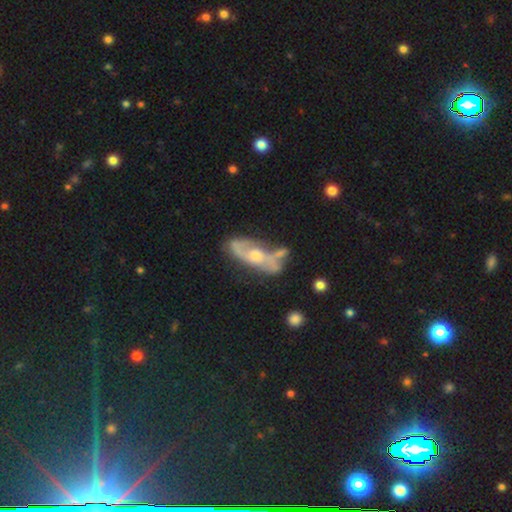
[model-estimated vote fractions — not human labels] Smooth or featured?
  - featured or disk: 73% *
  - smooth: 20%
  - star or artifact: 6%
Edge-on disk?
  - no: 82% *
  - yes: 18%
Bar?
  - no: 63% *
  - weak: 30%
  - strong: 7%
Spiral arms?
  - yes: 79% *
  - no: 21%
Bulge size?
  - moderate: 64% *
  - small: 20%
  - large: 11%
  - none: 3%
  - dominant: 1%
Merging?
  - none: 52% *
  - minor disturbance: 23%
  - merger: 13%
  - major disturbance: 12%